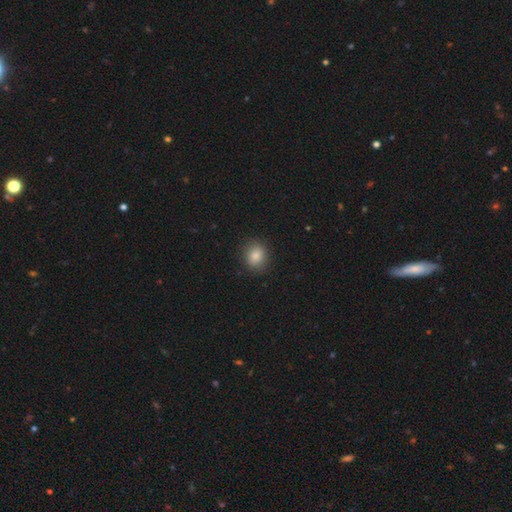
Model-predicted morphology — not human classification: A smooth galaxy with no disk features (85%) that is round (66%). Merging: none (87%).